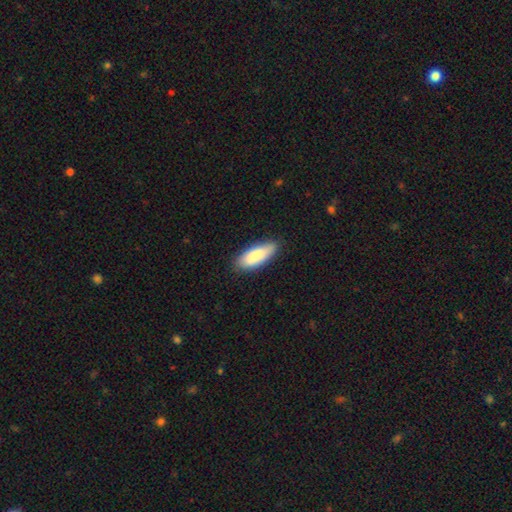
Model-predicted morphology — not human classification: type=smooth (85%); roundness=in between (73%); merging=none (82%).